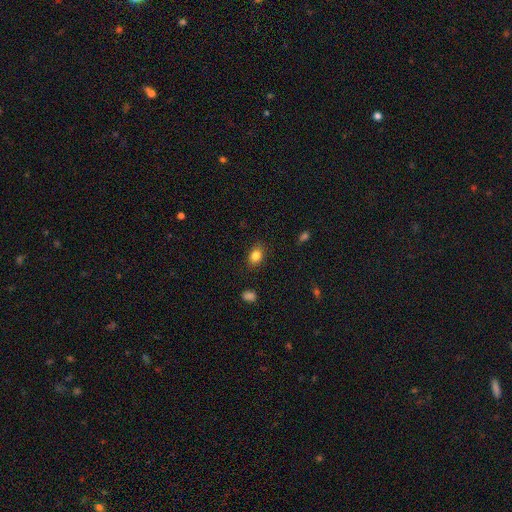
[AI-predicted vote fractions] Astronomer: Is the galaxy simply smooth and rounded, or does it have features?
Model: smooth — 83%.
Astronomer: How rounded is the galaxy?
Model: in between — 72%.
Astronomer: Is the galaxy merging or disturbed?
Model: none — 84%.